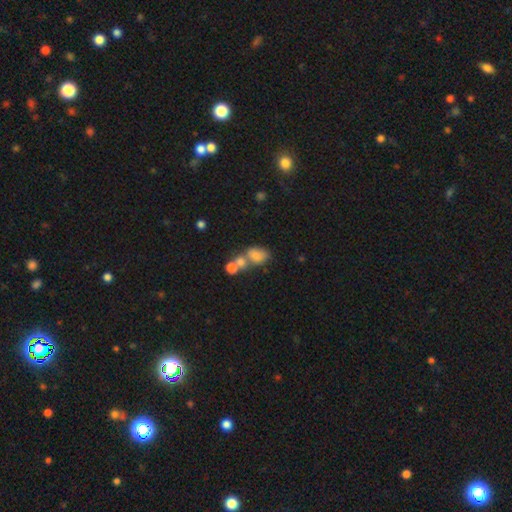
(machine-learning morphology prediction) A smooth galaxy with no disk features (67%) that is in between round and cigar-shaped (76%).

Vote fractions:
- Smooth or featured? smooth: 67% / featured or disk: 18% / star or artifact: 15%
- How rounded? in between: 76% / round: 21% / cigar-shaped: 2%
- Merging? merger: 49% / none: 29% / minor disturbance: 13% / major disturbance: 10%